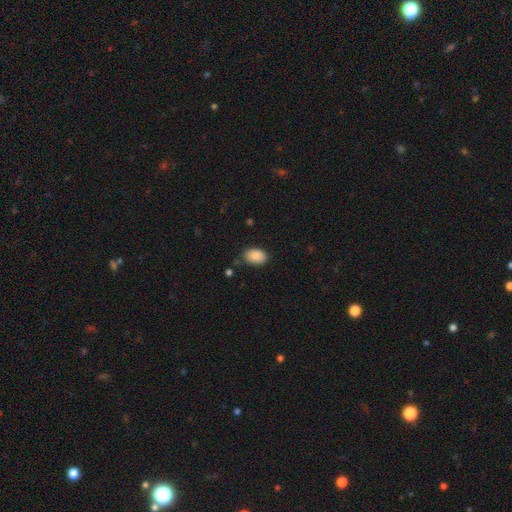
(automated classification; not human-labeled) Q: Smooth or featured?
A: smooth (87%); runner-up: star or artifact (7%)
Q: How rounded?
A: in between (86%); runner-up: round (13%)
Q: Merging?
A: none (76%); runner-up: minor disturbance (18%)